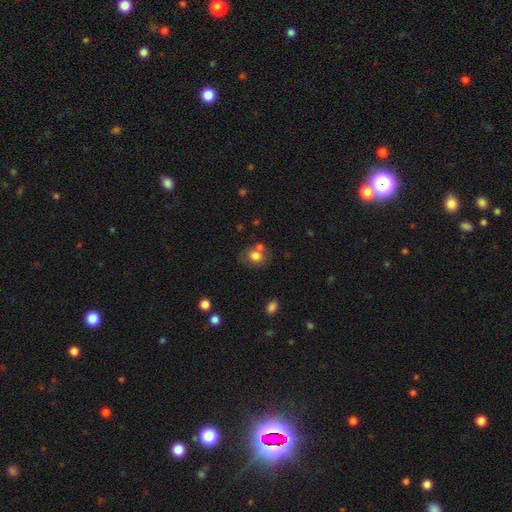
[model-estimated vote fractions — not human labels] Q: Smooth or featured?
A: smooth (74%); runner-up: featured or disk (16%)
Q: How rounded?
A: round (59%); runner-up: in between (40%)
Q: Merging?
A: none (56%); runner-up: merger (21%)